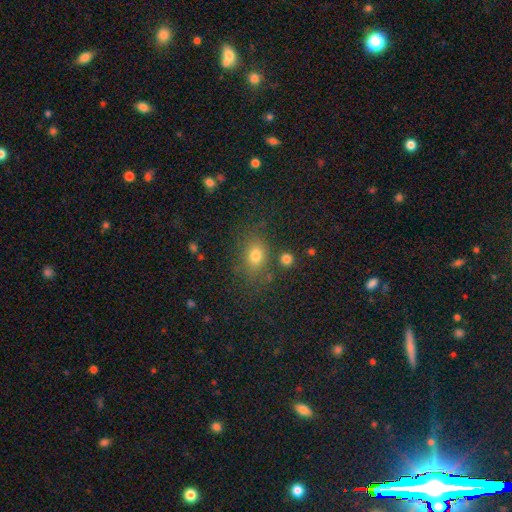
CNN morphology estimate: Smooth or featured? smooth (75%)
How rounded? in between (62%)
Merging? none (74%)